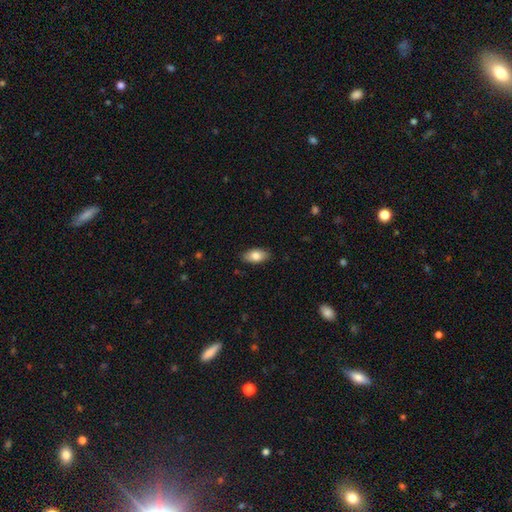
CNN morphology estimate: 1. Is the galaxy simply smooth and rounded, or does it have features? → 82% smooth, 12% featured or disk, 6% star or artifact.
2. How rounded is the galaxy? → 93% in between, 4% cigar-shaped, 4% round.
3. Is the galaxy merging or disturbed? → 87% none, 10% minor disturbance, 2% major disturbance, 1% merger.